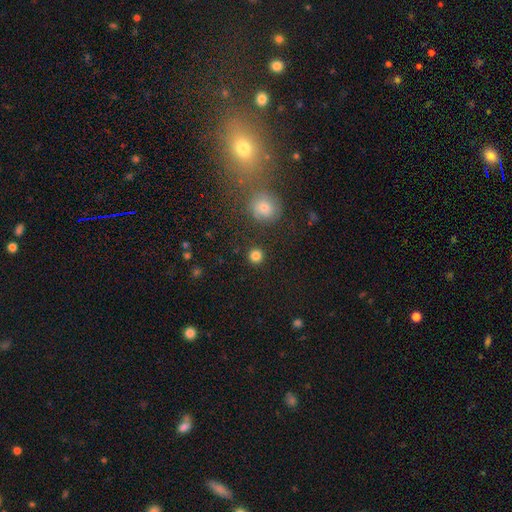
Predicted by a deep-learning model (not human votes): A smooth galaxy with no disk features (84%) that is round (94%). Merging: none (90%).